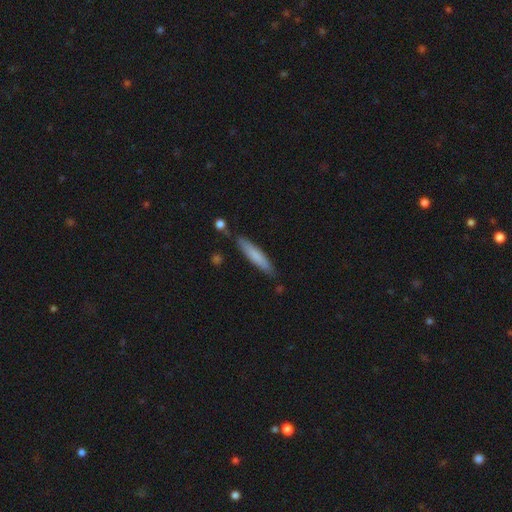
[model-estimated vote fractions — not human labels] smooth_or_featured: smooth (p=0.74) [alt: featured or disk p=0.20]
how_rounded: cigar-shaped (p=0.89) [alt: in between p=0.10]
merging: none (p=0.81) [alt: minor disturbance p=0.13]